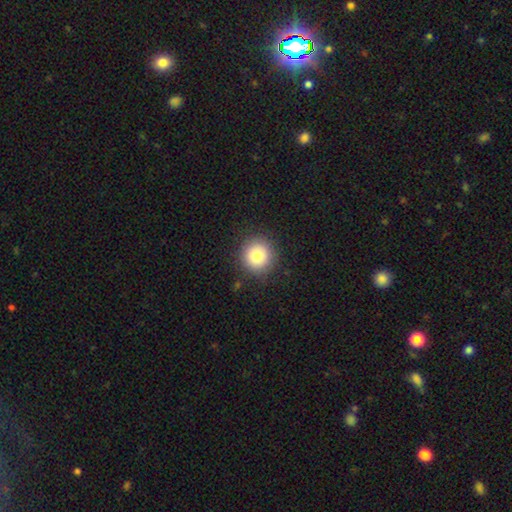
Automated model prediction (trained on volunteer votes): Smooth or featured? smooth (83%)
How rounded? round (93%)
Merging? none (89%)